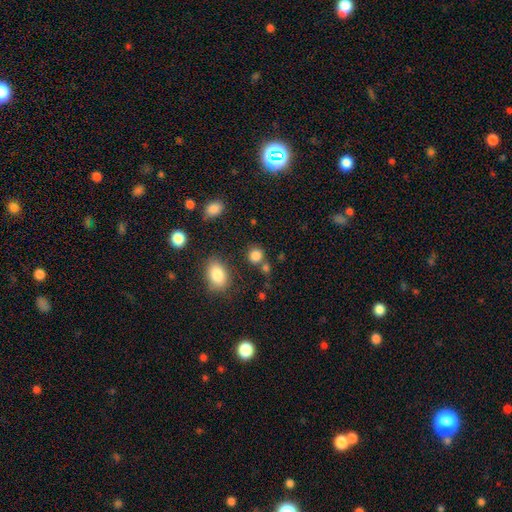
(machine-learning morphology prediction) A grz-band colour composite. It shows a smooth galaxy with no disk features (83%) that is round (83%). Merging: none (73%).